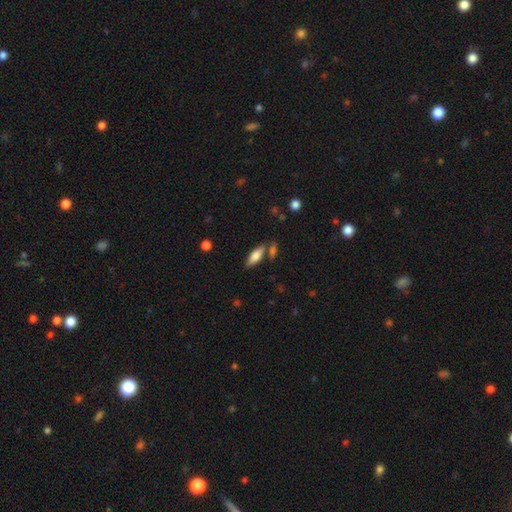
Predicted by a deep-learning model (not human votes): A smooth galaxy with no disk features (76%) that is in between round and cigar-shaped (67%). Merging: none (73%).